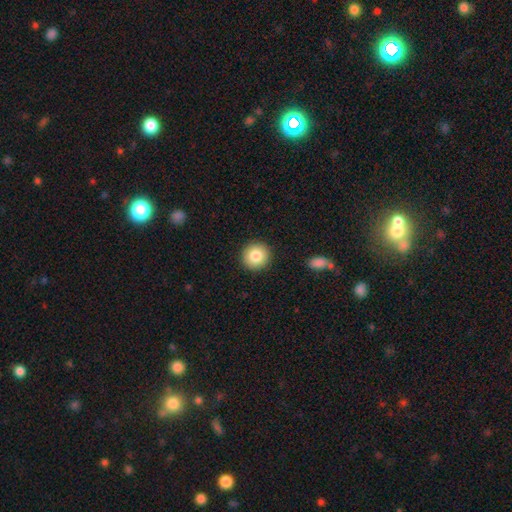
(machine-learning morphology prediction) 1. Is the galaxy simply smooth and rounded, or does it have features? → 84% smooth, 8% star or artifact, 7% featured or disk.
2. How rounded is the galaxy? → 94% round, 5% in between, 1% cigar-shaped.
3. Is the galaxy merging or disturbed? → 92% none, 5% minor disturbance, 2% major disturbance, 1% merger.